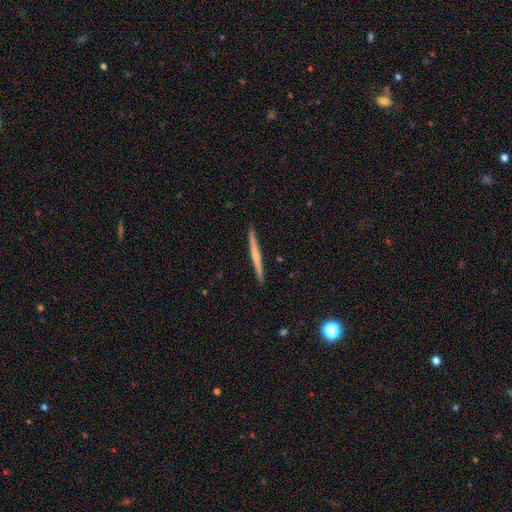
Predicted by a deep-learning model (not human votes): Smooth or featured? featured or disk (48%)
Merging? none (92%)